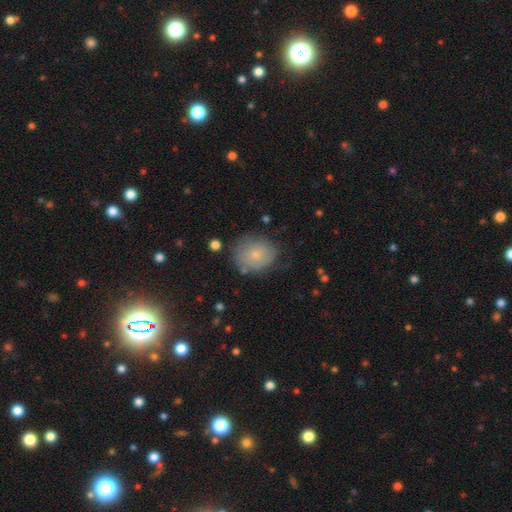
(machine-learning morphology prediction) Q: Smooth or featured?
A: smooth (71%); runner-up: featured or disk (20%)
Q: How rounded?
A: round (66%); runner-up: in between (33%)
Q: Merging?
A: none (69%); runner-up: minor disturbance (22%)